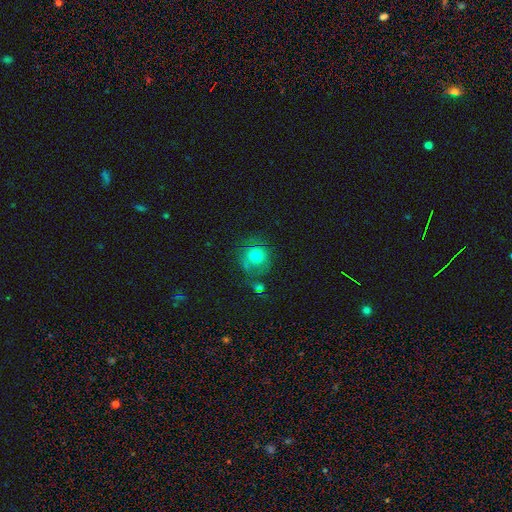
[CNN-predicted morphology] Overall: smooth (66%). How rounded: round (87%). Merging: none (57%; minor disturbance 19%).